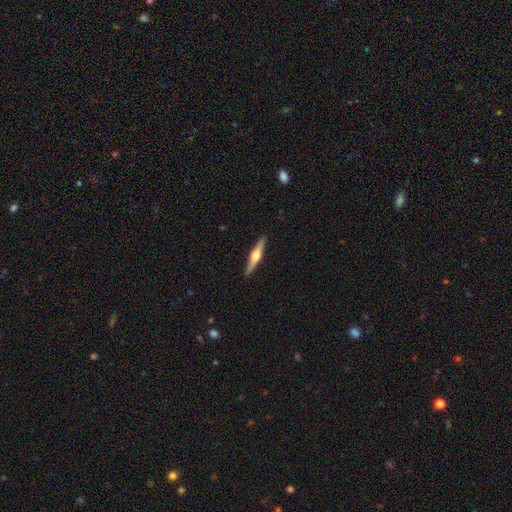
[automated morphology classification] This appears to be a featured or disk galaxy (69%) viewed edge-on (97%) with a rounded central bulge (94%). Merging: none (91%).